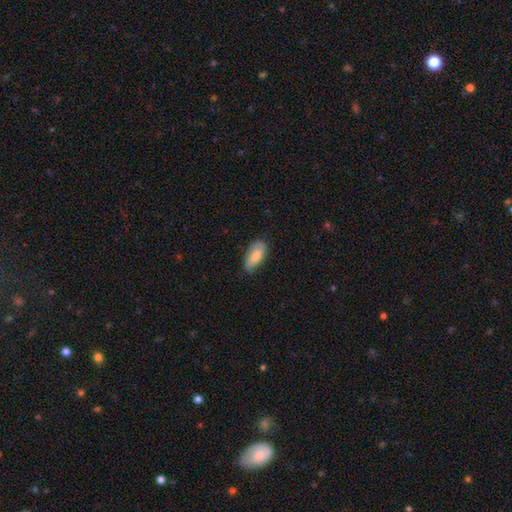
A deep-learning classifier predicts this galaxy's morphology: A smooth galaxy with no disk features (79%) that is in between round and cigar-shaped (90%).

Vote fractions:
- Smooth or featured? smooth: 79% / featured or disk: 15% / star or artifact: 6%
- How rounded? in between: 90% / cigar-shaped: 7% / round: 3%
- Merging? none: 71% / minor disturbance: 24% / major disturbance: 4% / merger: 1%